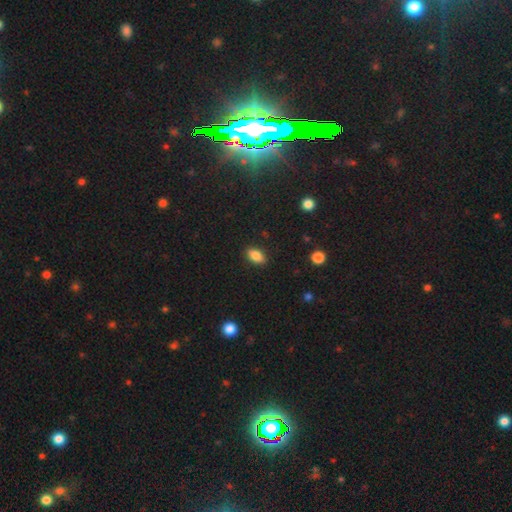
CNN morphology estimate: A smooth galaxy with no disk features (85%) that is in between round and cigar-shaped (89%). Merging: none (89%).